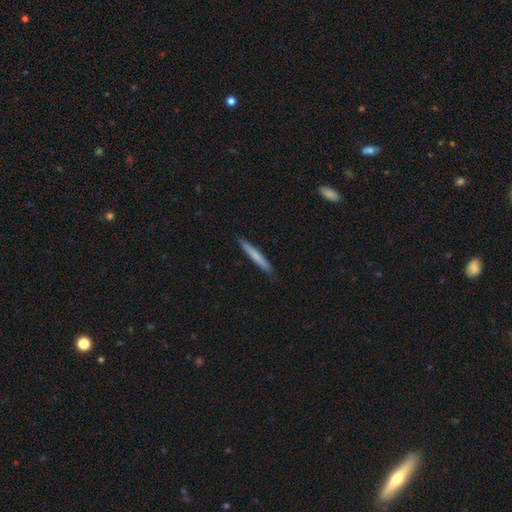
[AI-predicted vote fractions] This appears to be a smooth galaxy with no disk features (69%) that is cigar-shaped (96%). Merging: none (90%).